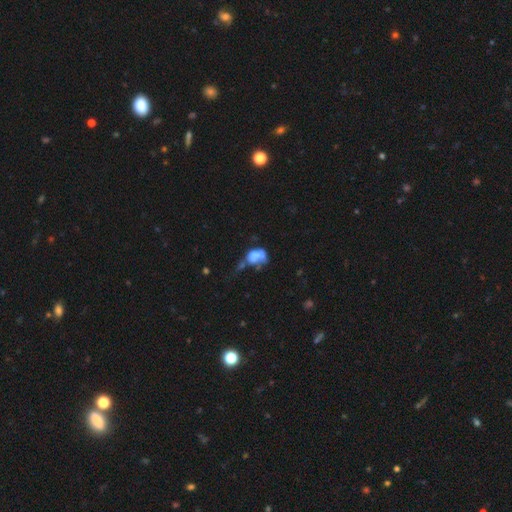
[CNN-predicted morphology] A smooth galaxy with no disk features (55%) that is in between round and cigar-shaped (74%).

Vote fractions:
- Smooth or featured? smooth: 55% / featured or disk: 33% / star or artifact: 12%
- How rounded? in between: 74% / round: 24% / cigar-shaped: 2%
- Merging? merger: 33% / major disturbance: 32% / minor disturbance: 19% / none: 17%